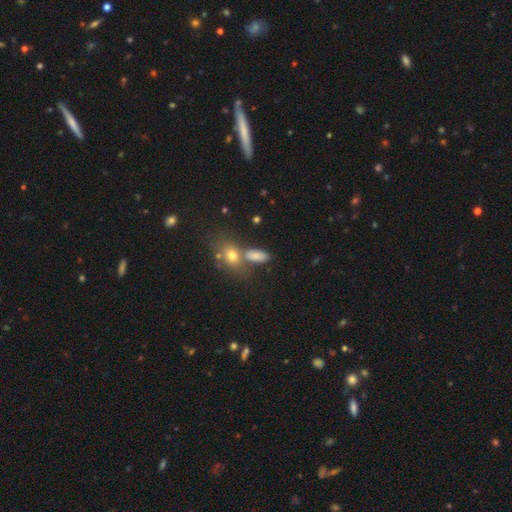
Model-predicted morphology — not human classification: A smooth galaxy with no disk features (77%) that is in between round and cigar-shaped (82%).

Vote fractions:
- Smooth or featured? smooth: 77% / featured or disk: 12% / star or artifact: 11%
- How rounded? in between: 82% / cigar-shaped: 9% / round: 9%
- Merging? none: 51% / merger: 30% / minor disturbance: 13% / major disturbance: 6%